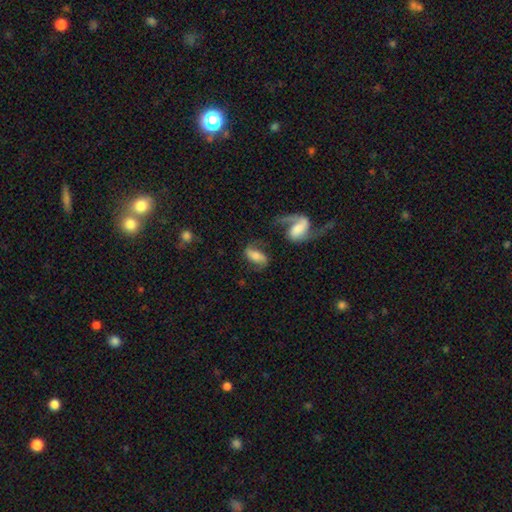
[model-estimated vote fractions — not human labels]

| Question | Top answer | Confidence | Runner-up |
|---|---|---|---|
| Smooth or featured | featured or disk | 59% | smooth (32%) |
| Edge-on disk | no | 93% | yes (7%) |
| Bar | weak | 34% | tied: strong (34%) |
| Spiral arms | yes | 89% | no (11%) |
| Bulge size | moderate | 40% | small (29%) |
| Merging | none | 54% | minor disturbance (17%) |